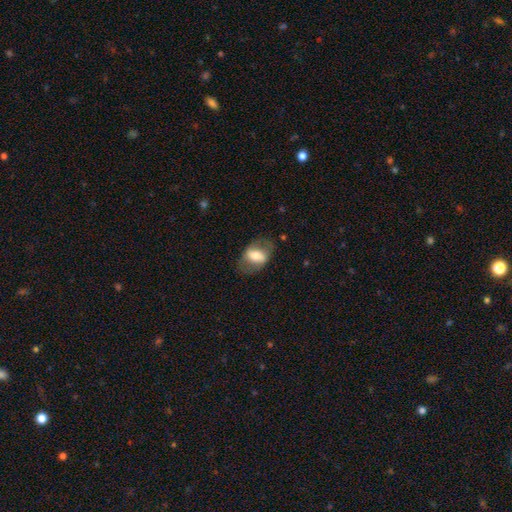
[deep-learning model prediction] This appears to be a smooth galaxy with no disk features (52%) that is in between round and cigar-shaped (82%). Merging: none (67%).